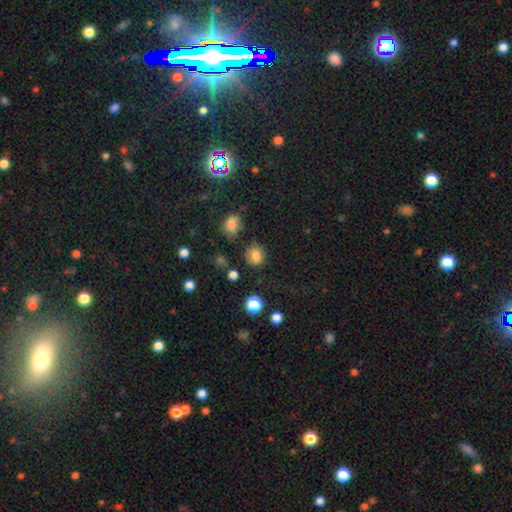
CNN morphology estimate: type=smooth (79%); roundness=round (72%); merging=none (77%).